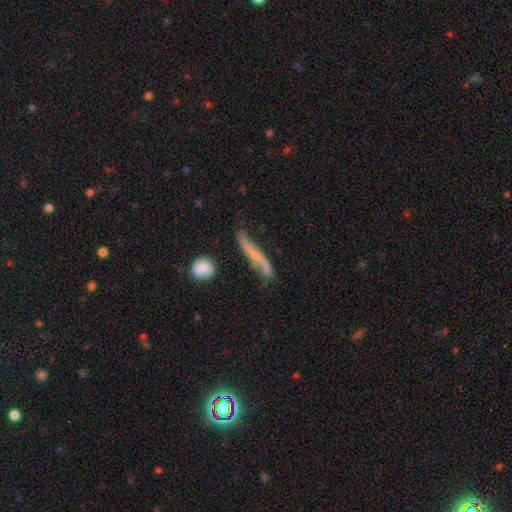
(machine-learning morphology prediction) type=featured or disk (66%); edge-on=no (62%); merging=none (53%).